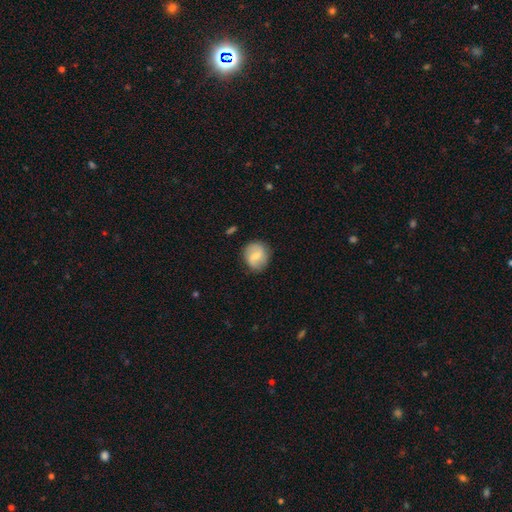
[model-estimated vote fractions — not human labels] Morphology: type=smooth (60%); roundness=round (74%); merging=none (80%).